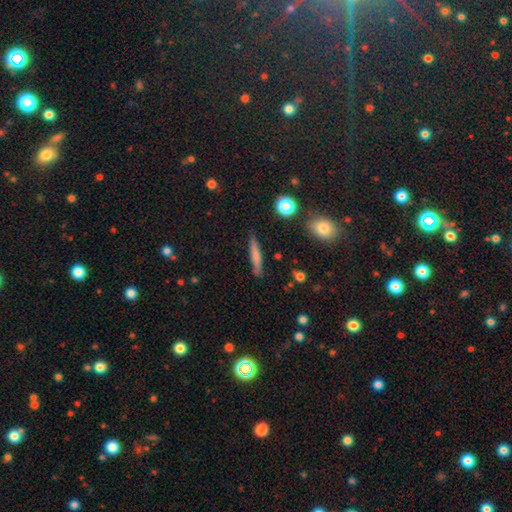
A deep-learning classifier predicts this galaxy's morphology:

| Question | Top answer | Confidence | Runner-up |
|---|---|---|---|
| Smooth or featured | smooth | 72% | featured or disk (21%) |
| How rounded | cigar-shaped | 91% | in between (7%) |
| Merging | none | 85% | minor disturbance (10%) |